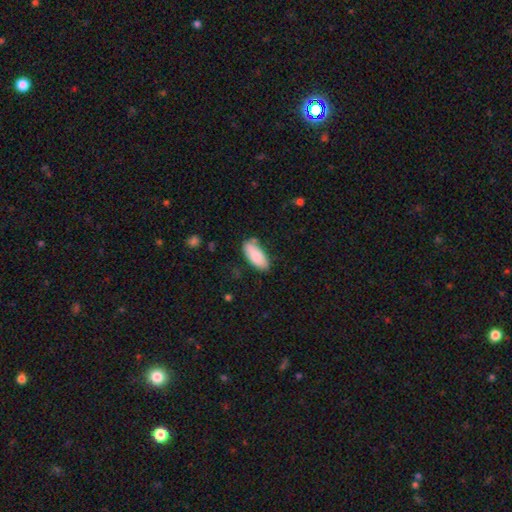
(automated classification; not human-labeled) Q: Smooth or featured?
A: smooth (86%); runner-up: featured or disk (8%)
Q: How rounded?
A: in between (86%); runner-up: cigar-shaped (12%)
Q: Merging?
A: none (71%); runner-up: minor disturbance (21%)